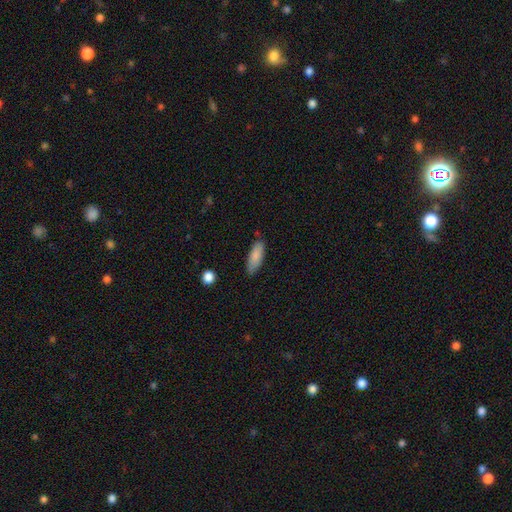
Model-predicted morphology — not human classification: This appears to be a smooth galaxy with no disk features (84%) that is in between round and cigar-shaped (64%). Merging: none (80%).